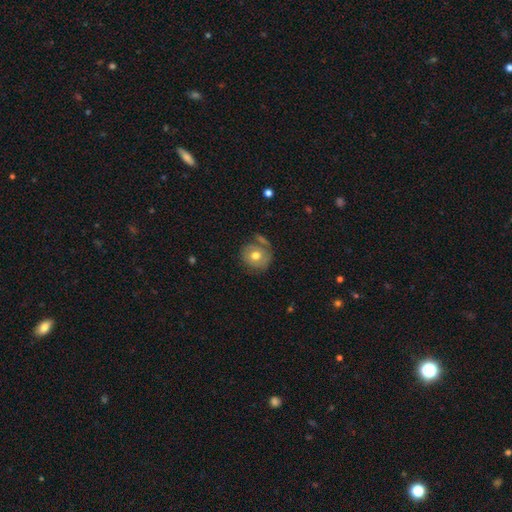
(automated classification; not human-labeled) Q: Smooth or featured?
A: smooth (63%); runner-up: featured or disk (29%)
Q: How rounded?
A: round (87%); runner-up: in between (12%)
Q: Merging?
A: none (66%); runner-up: minor disturbance (16%)